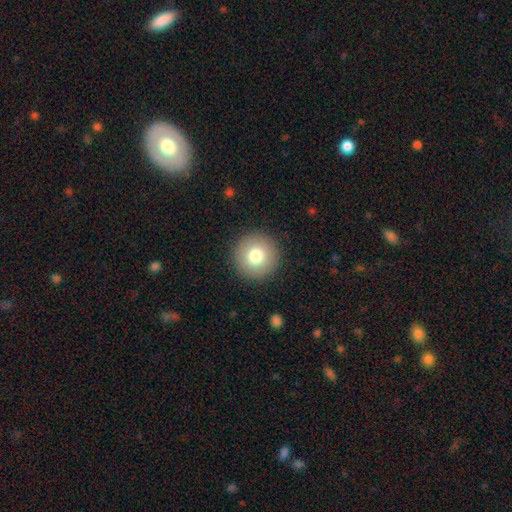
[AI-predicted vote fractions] Q: Smooth or featured?
A: smooth (78%); runner-up: featured or disk (12%)
Q: How rounded?
A: round (97%); runner-up: in between (3%)
Q: Merging?
A: none (92%); runner-up: minor disturbance (5%)